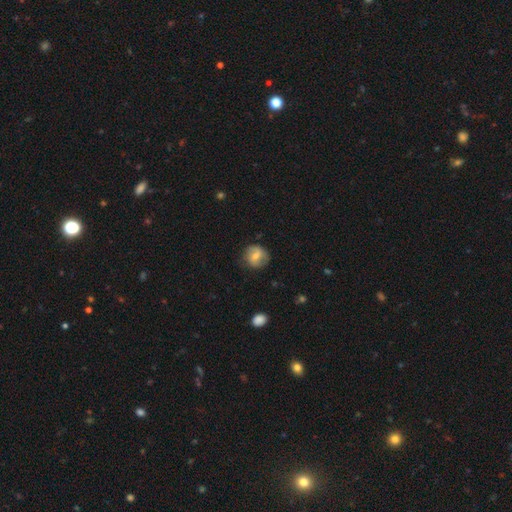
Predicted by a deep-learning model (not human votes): A smooth galaxy with no disk features (57%) that is round (83%). Merging: none (77%).